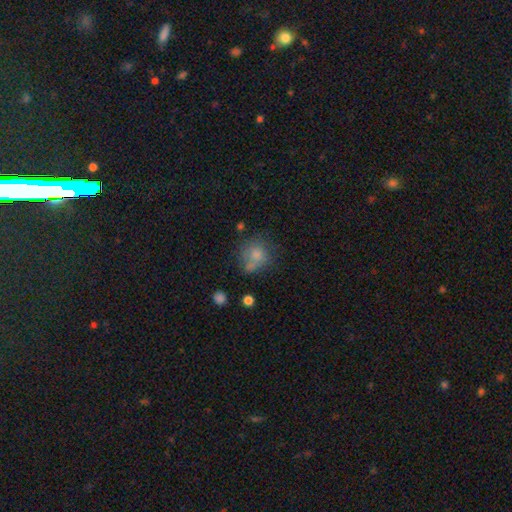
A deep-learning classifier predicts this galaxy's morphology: Smooth or featured: smooth — 74% (featured or disk — 15%)
How rounded: round — 75% (in between — 24%)
Merging: none — 48% (minor disturbance — 23%)